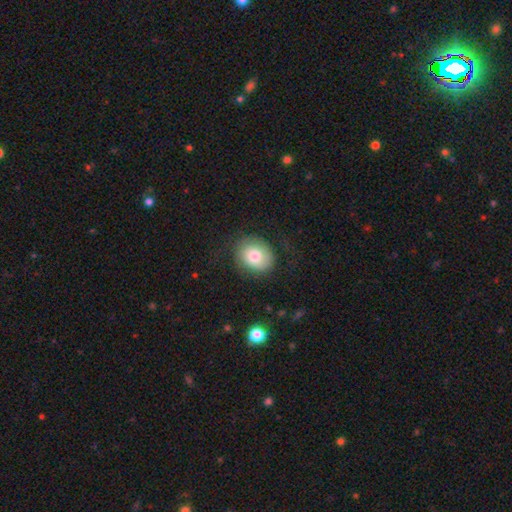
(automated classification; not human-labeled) Smooth or featured? smooth (70%)
How rounded? round (55%)
Merging? none (74%)